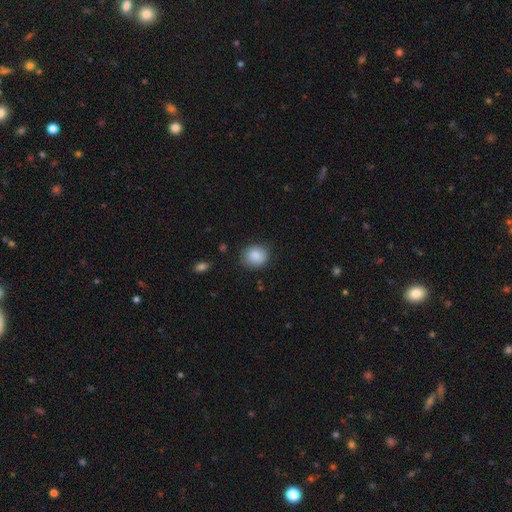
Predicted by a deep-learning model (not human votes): Smooth or featured: smooth — 87% (star or artifact — 8%)
How rounded: round — 73% (in between — 26%)
Merging: none — 83% (minor disturbance — 12%)